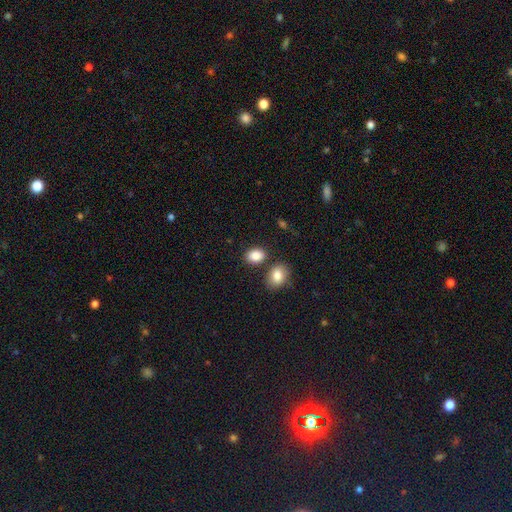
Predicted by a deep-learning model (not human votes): A smooth galaxy with no disk features (87%) that is in between round and cigar-shaped (71%).

Vote fractions:
- Smooth or featured? smooth: 87% / star or artifact: 8% / featured or disk: 5%
- How rounded? in between: 71% / round: 28% / cigar-shaped: 1%
- Merging? none: 74% / merger: 12% / minor disturbance: 10% / major disturbance: 3%